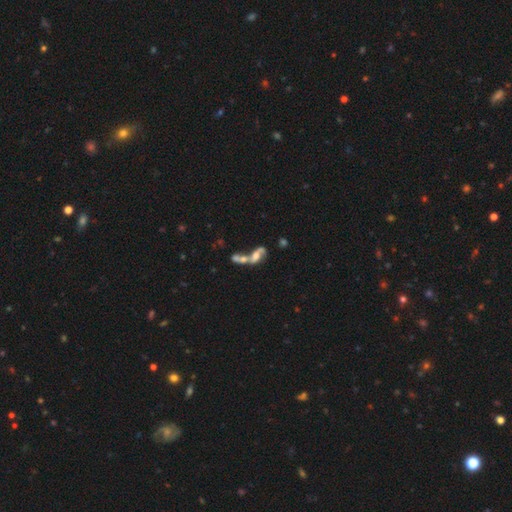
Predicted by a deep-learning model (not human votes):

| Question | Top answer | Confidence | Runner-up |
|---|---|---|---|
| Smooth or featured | featured or disk | 52% | smooth (34%) |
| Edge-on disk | no | 90% | yes (10%) |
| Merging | merger | 69% | none (14%) |